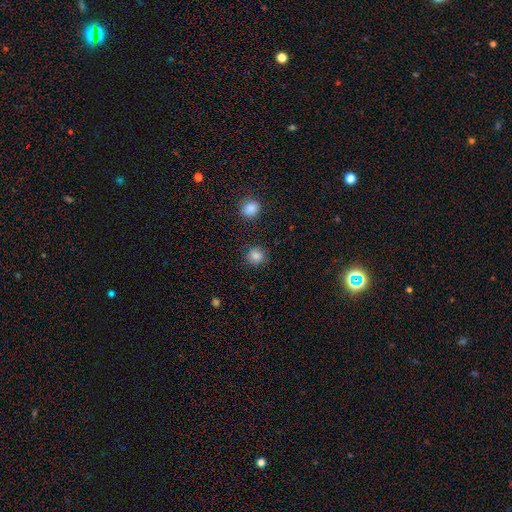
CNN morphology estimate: Smooth or featured: smooth — 83% (star or artifact — 11%)
How rounded: round — 84% (in between — 15%)
Merging: none — 83% (minor disturbance — 11%)